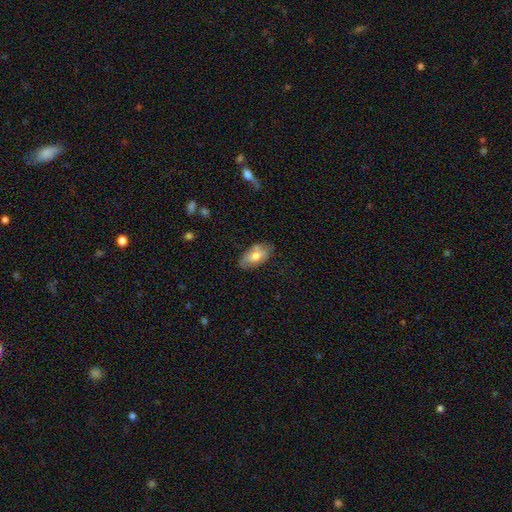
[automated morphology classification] Smooth or featured? smooth (61%)
How rounded? in between (93%)
Merging? none (71%)